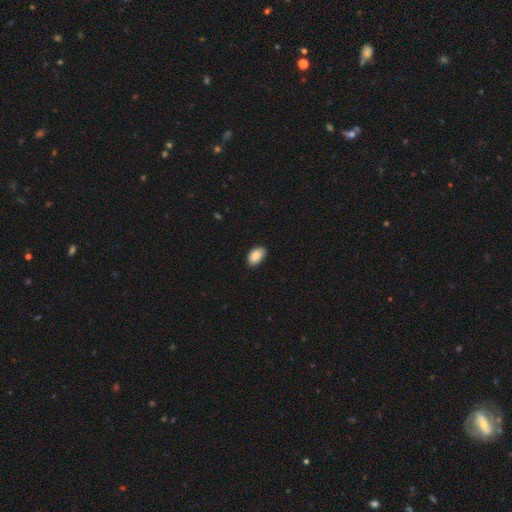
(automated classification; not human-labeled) A smooth galaxy with no disk features (89%) that is in between round and cigar-shaped (93%). Merging: none (85%).